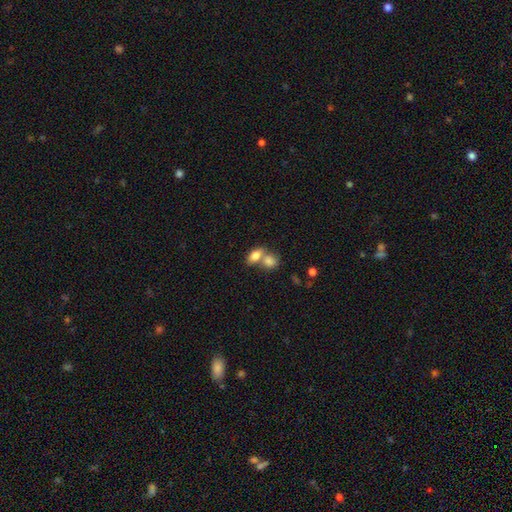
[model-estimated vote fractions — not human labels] Morphology: type=smooth (82%); roundness=in between (83%); merging=merger (57%).